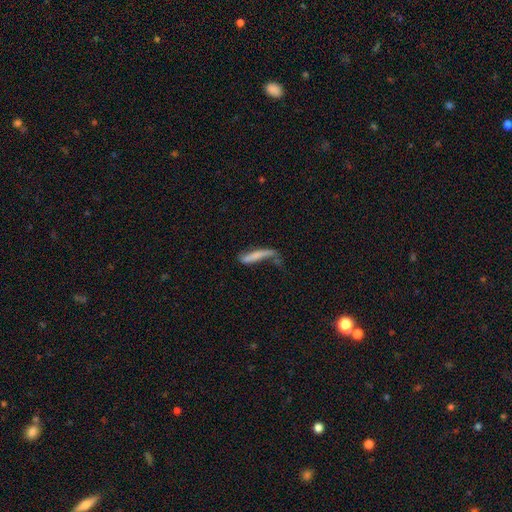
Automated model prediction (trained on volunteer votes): This appears to be a smooth galaxy with no disk features (61%) that is cigar-shaped (86%). Merging: none (35%).